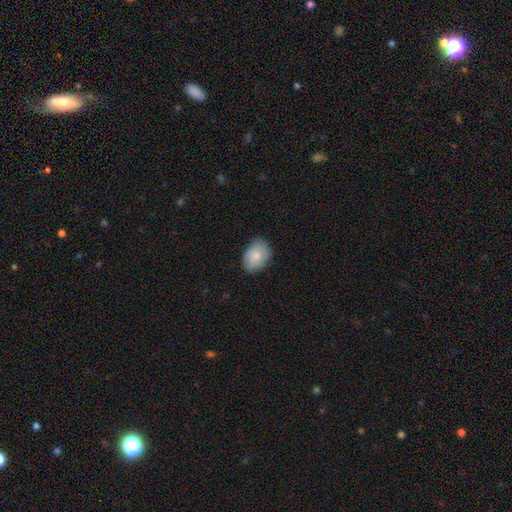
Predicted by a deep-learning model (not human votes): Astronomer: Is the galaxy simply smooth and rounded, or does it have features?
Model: smooth — 81%.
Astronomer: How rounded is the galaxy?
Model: in between — 78%.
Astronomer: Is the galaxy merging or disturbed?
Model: none — 75%.